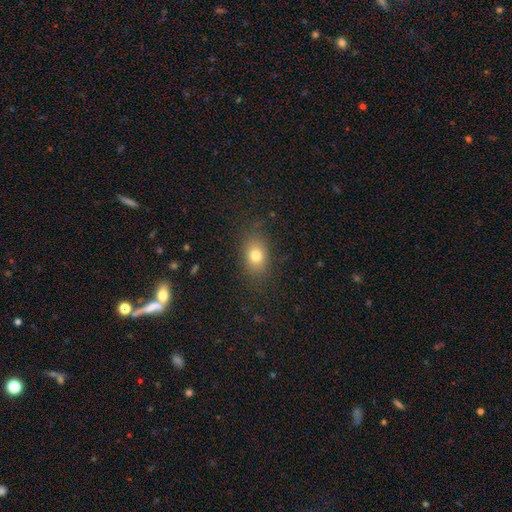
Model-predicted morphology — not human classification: A smooth galaxy with no disk features (77%) that is in between round and cigar-shaped (72%).

Vote fractions:
- Smooth or featured? smooth: 77% / star or artifact: 12% / featured or disk: 11%
- How rounded? in between: 72% / round: 25% / cigar-shaped: 2%
- Merging? none: 82% / minor disturbance: 12% / major disturbance: 4% / merger: 1%